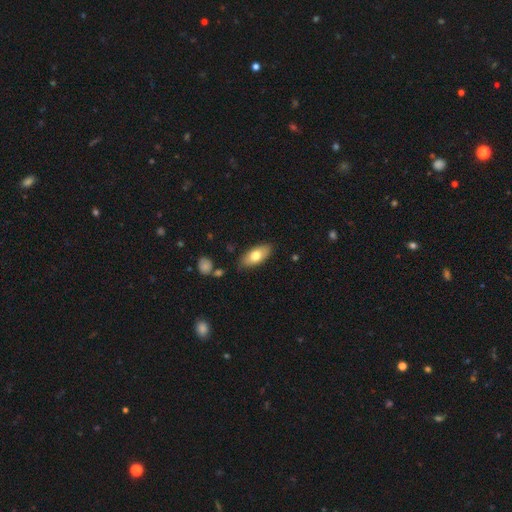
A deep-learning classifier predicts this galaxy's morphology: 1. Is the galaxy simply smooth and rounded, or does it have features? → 71% smooth, 22% featured or disk, 6% star or artifact.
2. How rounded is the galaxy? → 87% in between, 10% cigar-shaped, 3% round.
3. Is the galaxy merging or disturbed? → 84% none, 12% minor disturbance, 2% major disturbance, 2% merger.